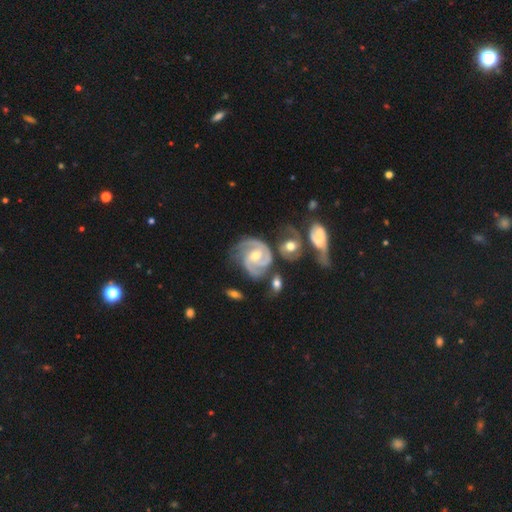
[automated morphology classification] smooth-or-featured: featured or disk: 91% | smooth: 5% | star or artifact: 4%
  disk-edge-on: no: 98% | yes: 2%
    bar: no: 51% | weak: 36% | strong: 13%
    has-spiral-arms: yes: 98% | no: 2%
      spiral-winding: tight: 54% | medium: 38% | loose: 8%
      spiral-arm-count: 2: 39% | 3: 37% | can't tell: 11% | 4: 5% | 1: 4% | more than 4: 4%
    bulge-size: moderate: 60% | small: 36% | large: 2% | none: 1% | dominant: 1%
  merging: none: 47% | minor disturbance: 23% | major disturbance: 15% | merger: 15%